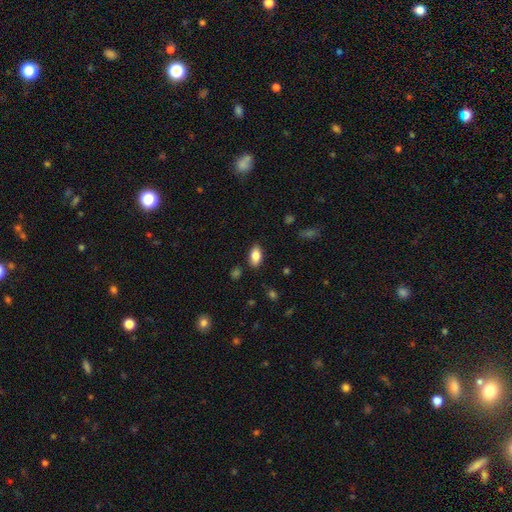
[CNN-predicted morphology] This appears to be a smooth galaxy with no disk features (83%) that is in between round and cigar-shaped (91%). Merging: none (85%).